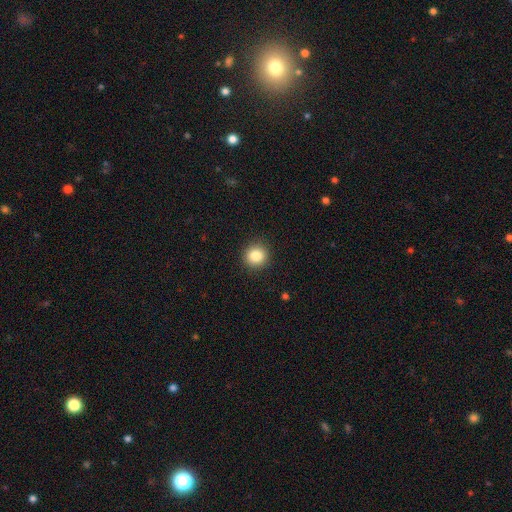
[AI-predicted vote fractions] Smooth or featured? smooth (85%)
How rounded? round (91%)
Merging? none (91%)